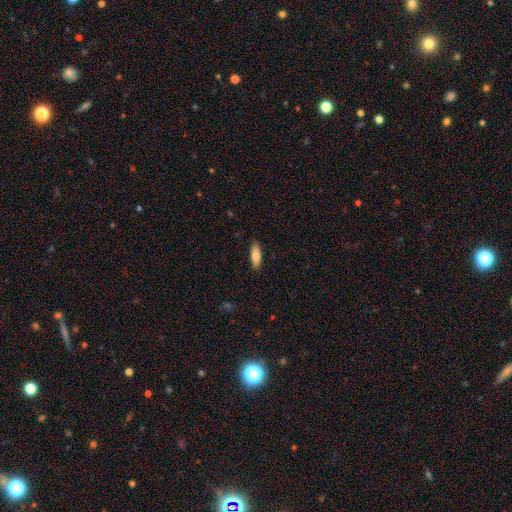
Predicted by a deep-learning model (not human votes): Smooth or featured: smooth — 79% (featured or disk — 15%)
How rounded: in between — 59% (cigar-shaped — 39%)
Merging: none — 88% (minor disturbance — 9%)